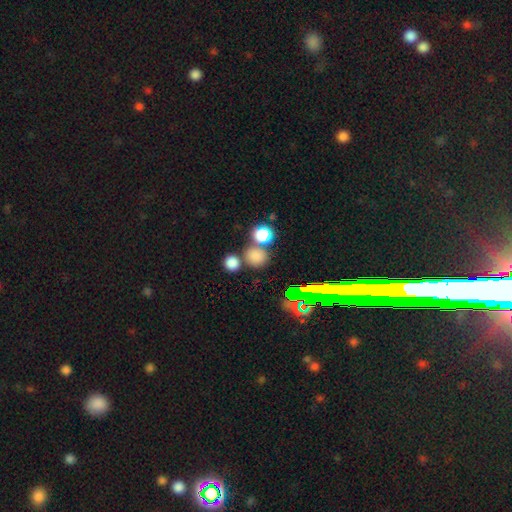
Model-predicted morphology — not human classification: This appears to be a smooth galaxy with no disk features (75%) that is round (83%). Merging: none (63%).